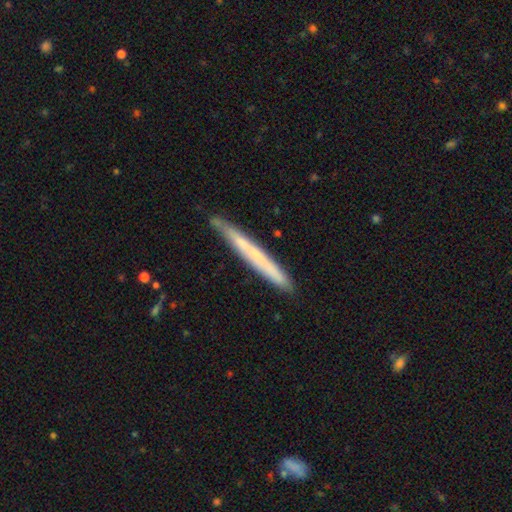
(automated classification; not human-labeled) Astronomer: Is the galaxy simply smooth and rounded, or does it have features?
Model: smooth — 51% (runner-up: featured or disk, 43%).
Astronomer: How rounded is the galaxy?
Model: cigar-shaped — 97%.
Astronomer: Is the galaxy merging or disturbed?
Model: none — 84%.